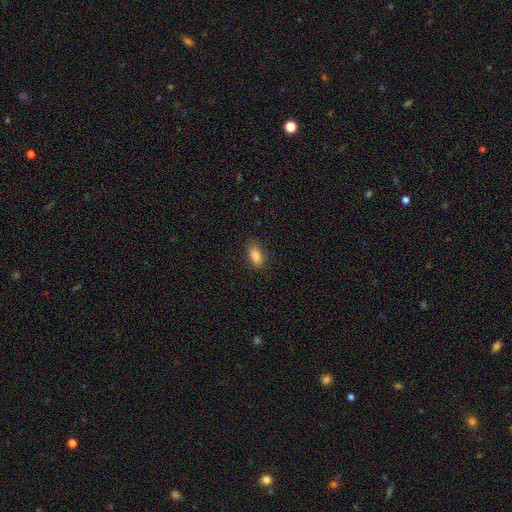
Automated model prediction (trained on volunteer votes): Smooth or featured: smooth — 86% (star or artifact — 9%)
How rounded: in between — 89% (cigar-shaped — 7%)
Merging: none — 84% (minor disturbance — 13%)